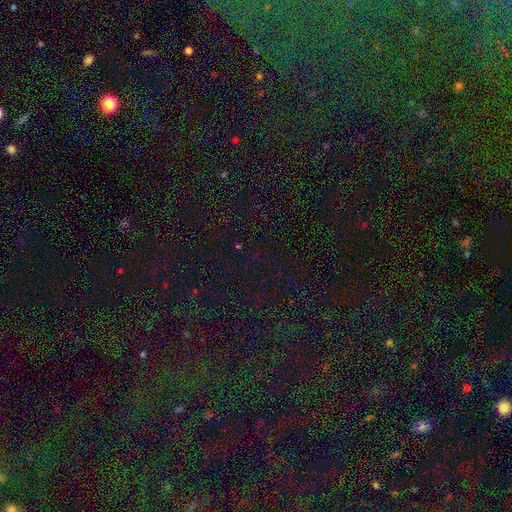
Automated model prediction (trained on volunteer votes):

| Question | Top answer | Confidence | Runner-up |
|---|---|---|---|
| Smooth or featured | star or artifact | 68% | smooth (25%) |